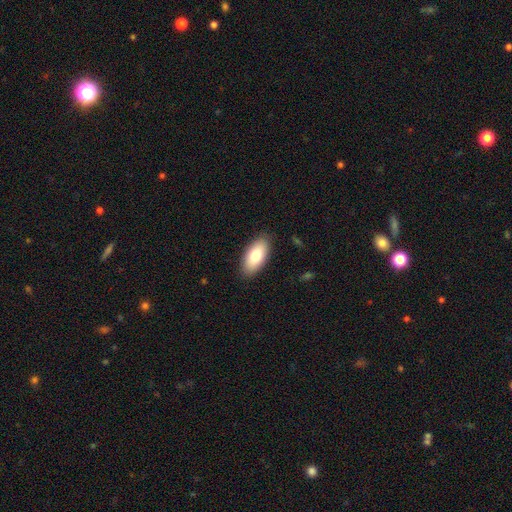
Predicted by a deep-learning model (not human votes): smooth-or-featured: smooth: 79% | featured or disk: 15% | star or artifact: 6%
  how-rounded: in between: 91% | cigar-shaped: 7% | round: 2%
  merging: none: 88% | minor disturbance: 9% | major disturbance: 2% | merger: 1%